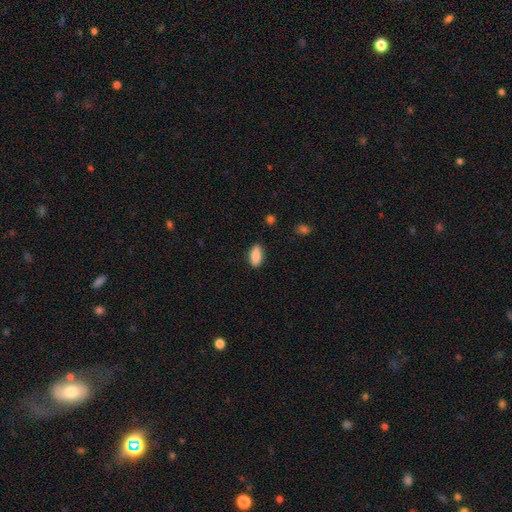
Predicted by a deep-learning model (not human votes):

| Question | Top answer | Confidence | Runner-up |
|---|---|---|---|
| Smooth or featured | smooth | 88% | star or artifact (7%) |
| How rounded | in between | 85% | cigar-shaped (13%) |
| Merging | none | 86% | minor disturbance (10%) |